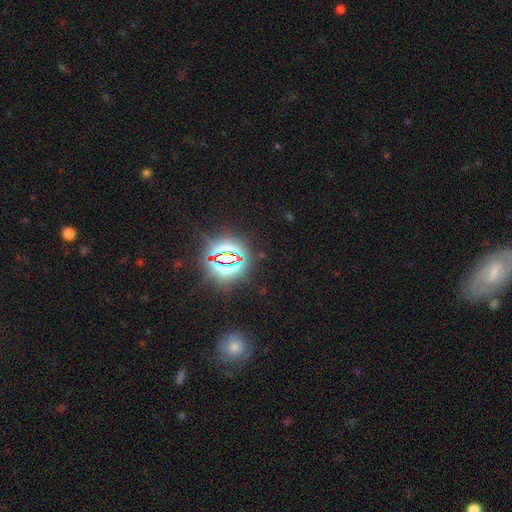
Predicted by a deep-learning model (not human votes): Smooth or featured: star or artifact — 81% (smooth — 12%)